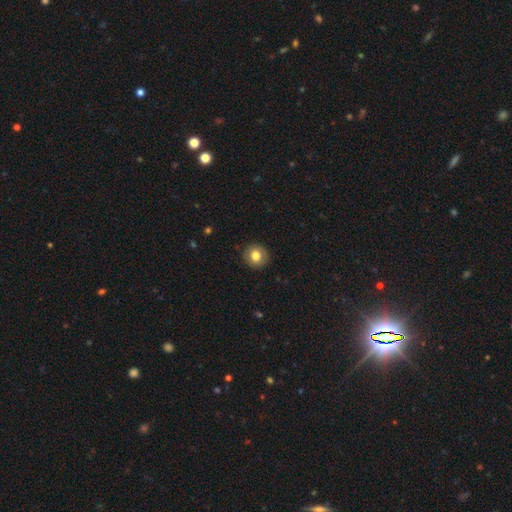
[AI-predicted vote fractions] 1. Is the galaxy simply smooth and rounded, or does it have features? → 79% smooth, 12% featured or disk, 9% star or artifact.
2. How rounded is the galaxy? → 91% round, 8% in between, 1% cigar-shaped.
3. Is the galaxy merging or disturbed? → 90% none, 7% minor disturbance, 2% major disturbance, 1% merger.